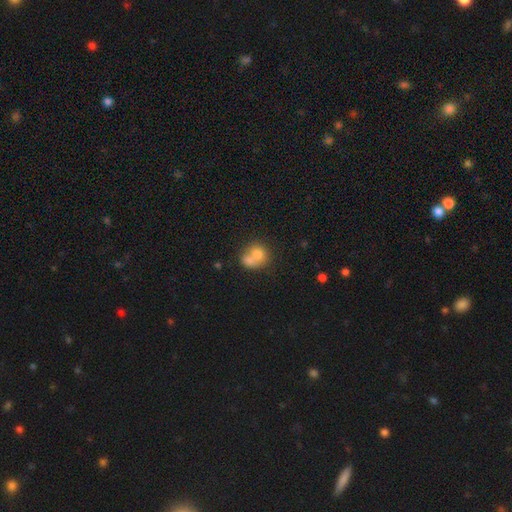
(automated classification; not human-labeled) This appears to be a smooth galaxy with no disk features (73%) that is round (63%). Merging: merger (63%).